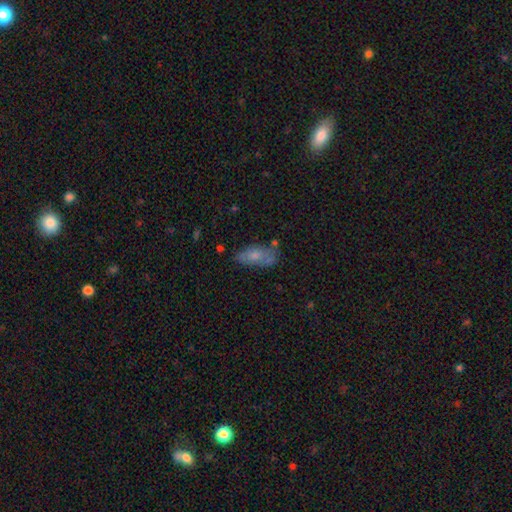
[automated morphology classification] smooth_or_featured: smooth (p=0.68) [alt: featured or disk p=0.23]
how_rounded: in between (p=0.84) [alt: cigar-shaped p=0.12]
merging: none (p=0.55) [alt: minor disturbance p=0.25]